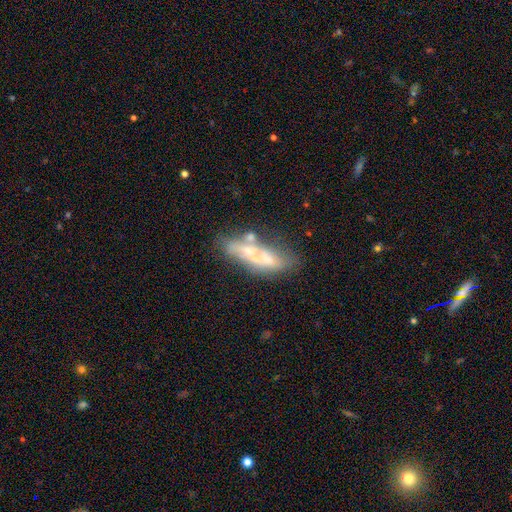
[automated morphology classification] The model was most divided on "edge-on disk": no: 57%, yes: 43%. Remaining: smooth or featured — featured or disk (53%); merging — none (50%).